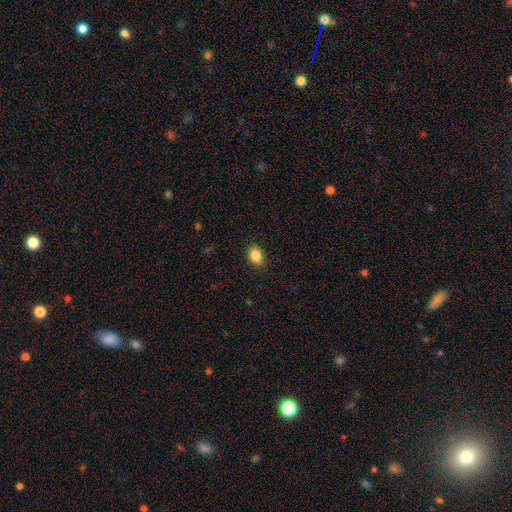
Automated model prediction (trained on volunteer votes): smooth 87%, star or artifact 9%, featured or disk 4%. Down the decision tree: how rounded — in between (73%); merging — none (85%).